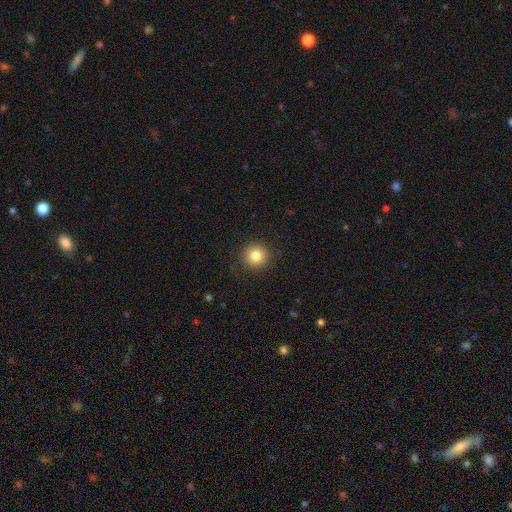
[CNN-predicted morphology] Smooth or featured?
  - smooth: 83% *
  - star or artifact: 11%
  - featured or disk: 6%
How rounded?
  - round: 95% *
  - in between: 4%
  - cigar-shaped: 1%
Merging?
  - none: 91% *
  - minor disturbance: 6%
  - major disturbance: 2%
  - merger: 1%